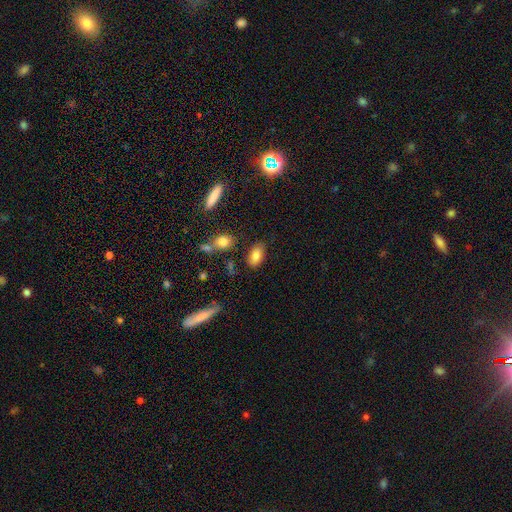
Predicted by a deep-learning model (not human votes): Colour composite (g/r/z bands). It shows a smooth galaxy with no disk features (84%) that is in between round and cigar-shaped (90%). Merging: none (81%).